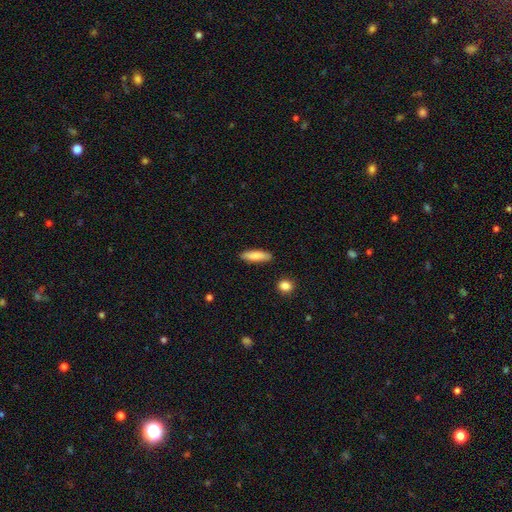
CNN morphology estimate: This is clearly a smooth galaxy (83%). How rounded: likely cigar-shaped (62%). Merging: clearly none (88%).